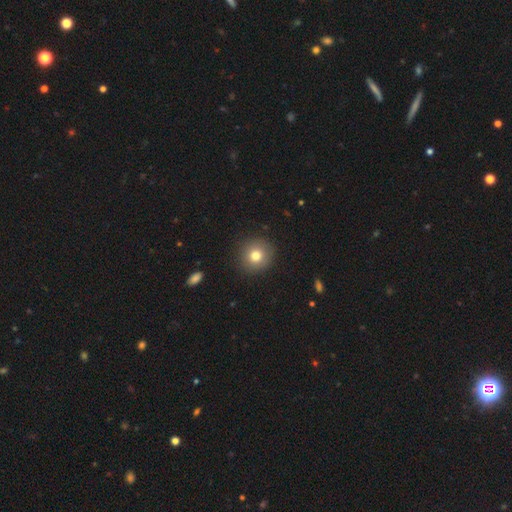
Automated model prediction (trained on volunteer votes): smooth 78%, featured or disk 11%, star or artifact 11%. Down the decision tree: how rounded — round (91%); merging — none (90%).